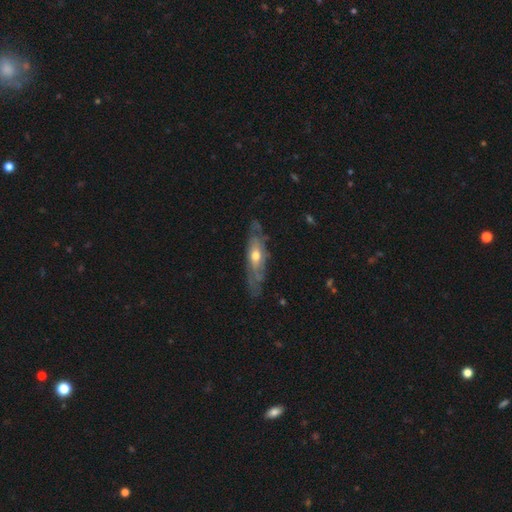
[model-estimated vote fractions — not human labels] smooth_or_featured: featured or disk (p=0.68) [alt: smooth p=0.27]
disk_edge_on: no (p=0.64) [alt: yes p=0.36]
merging: none (p=0.65) [alt: minor disturbance p=0.24]